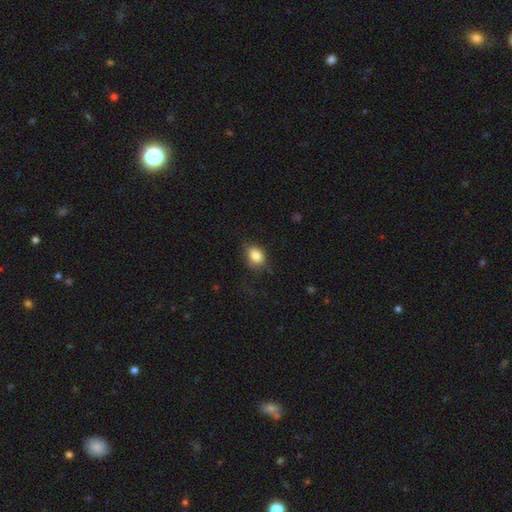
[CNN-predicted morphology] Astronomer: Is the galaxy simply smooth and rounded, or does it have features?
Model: smooth — 83%.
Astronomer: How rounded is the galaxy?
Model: in between — 67%.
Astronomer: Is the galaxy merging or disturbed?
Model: none — 64%.